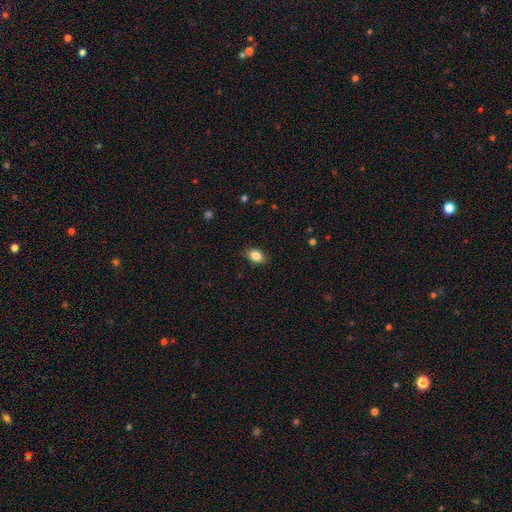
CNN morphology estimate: This appears to be a smooth galaxy with no disk features (84%) that is in between round and cigar-shaped (81%). Merging: none (85%).